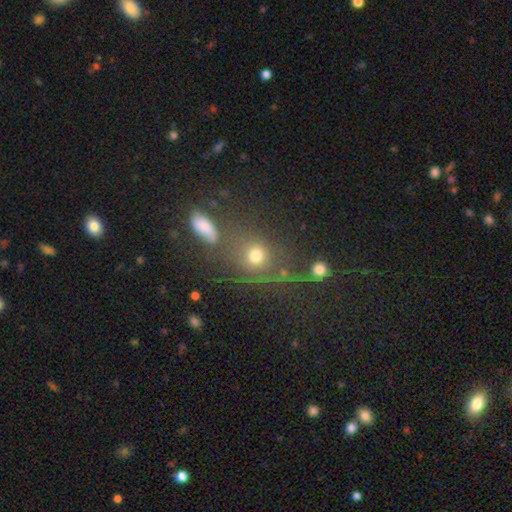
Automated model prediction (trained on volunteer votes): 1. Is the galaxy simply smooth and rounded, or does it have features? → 66% smooth, 19% star or artifact, 15% featured or disk.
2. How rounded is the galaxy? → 75% round, 23% in between, 2% cigar-shaped.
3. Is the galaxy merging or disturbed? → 54% none, 22% merger, 13% minor disturbance, 11% major disturbance.